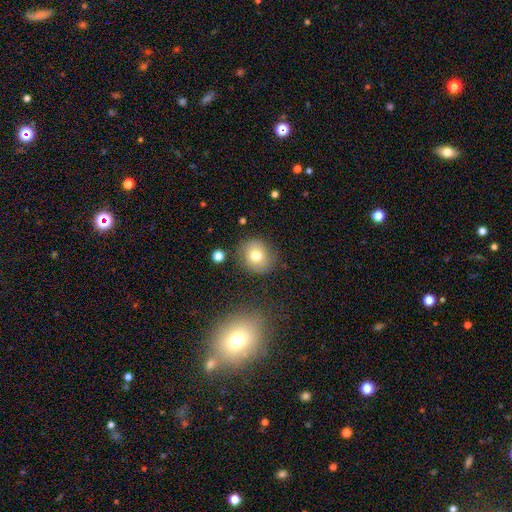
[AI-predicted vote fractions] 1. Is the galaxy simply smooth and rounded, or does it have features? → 74% smooth, 15% featured or disk, 11% star or artifact.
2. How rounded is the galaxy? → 83% round, 16% in between, 1% cigar-shaped.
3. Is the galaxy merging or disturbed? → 81% none, 12% minor disturbance, 4% major disturbance, 3% merger.